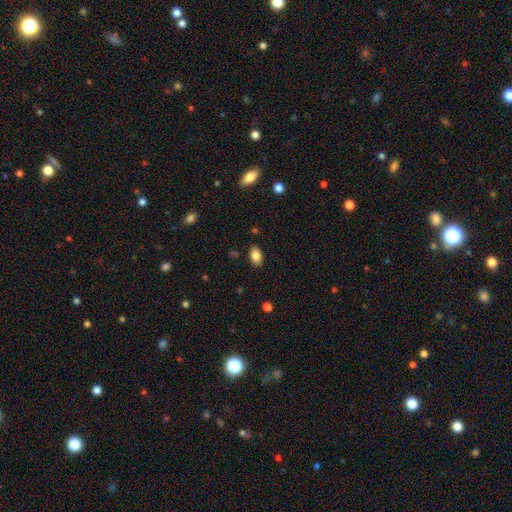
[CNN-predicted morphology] Smooth or featured? smooth (84%)
How rounded? in between (90%)
Merging? none (86%)